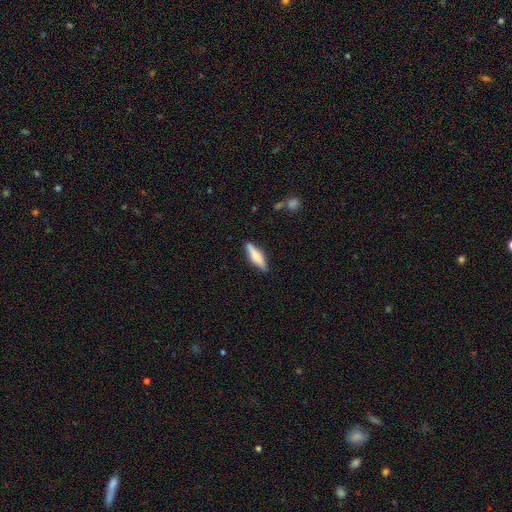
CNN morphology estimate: Smooth or featured? Predicted: smooth (p=0.64). How rounded? Predicted: cigar-shaped (p=0.68). Merging? Predicted: none (p=0.85).